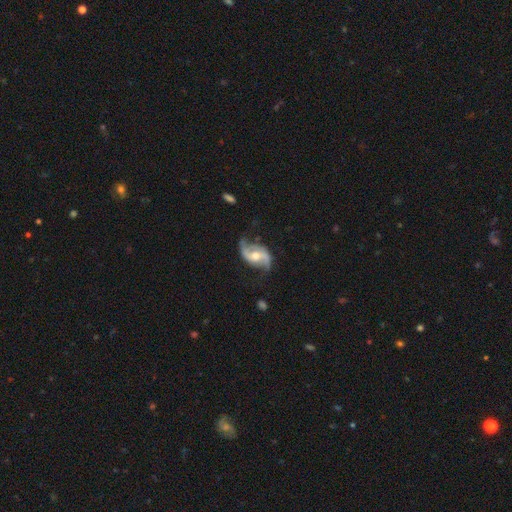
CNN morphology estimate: This is clearly a featured or disk galaxy (87%). It is clearly not viewed edge-on (97%). Bar: marginally weak (42%). Spiral arm pattern: clearly yes (95%). Spiral arm count: clearly 2 (92%). Spiral winding: likely loose (68%). Central bulge: likely moderate (67%). Merging: likely none (70%).